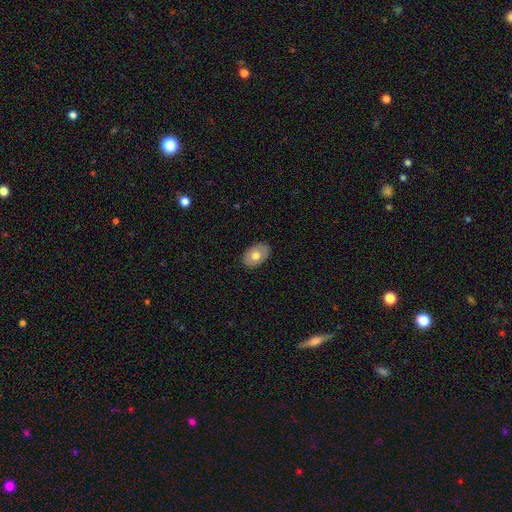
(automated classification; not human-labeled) The model was most divided on "smooth or featured": smooth: 67%, featured or disk: 26%, star or artifact: 7%. More confident: merging — none (86%); how rounded — in between (84%).